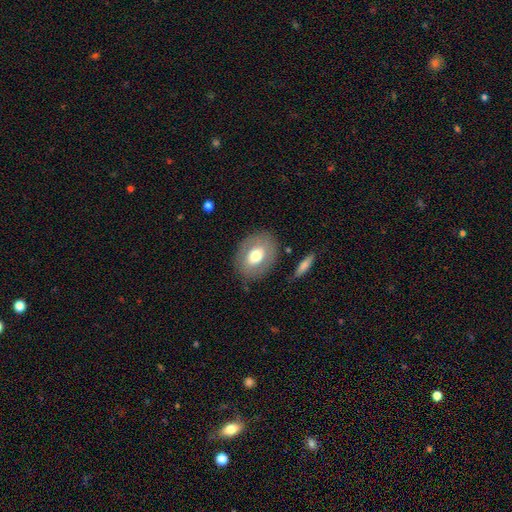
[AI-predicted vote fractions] smooth-or-featured: smooth: 62% | featured or disk: 30% | star or artifact: 7%
  how-rounded: in between: 68% | round: 31% | cigar-shaped: 1%
  merging: none: 79% | minor disturbance: 13% | major disturbance: 5% | merger: 3%